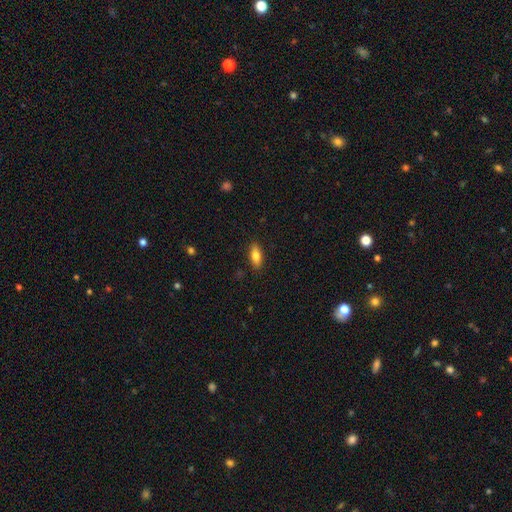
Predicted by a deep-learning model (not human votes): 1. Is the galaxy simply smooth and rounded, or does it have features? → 78% smooth, 15% featured or disk, 7% star or artifact.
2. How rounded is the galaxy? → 77% in between, 21% cigar-shaped, 3% round.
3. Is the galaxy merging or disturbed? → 88% none, 9% minor disturbance, 2% major disturbance, 1% merger.